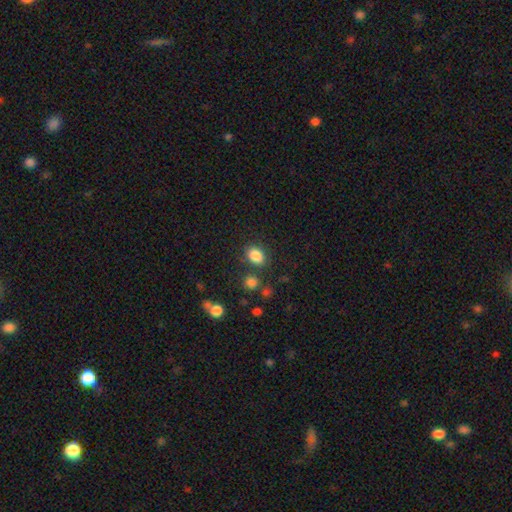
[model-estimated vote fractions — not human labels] A smooth galaxy with no disk features (85%) that is in between round and cigar-shaped (66%). Merging: none (77%).